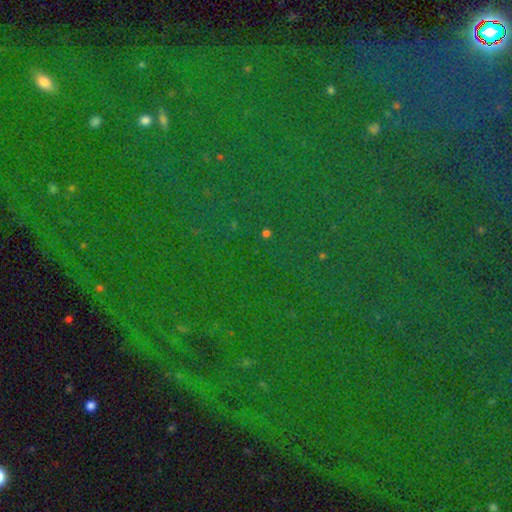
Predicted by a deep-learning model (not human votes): Overall: star or artifact (81%).